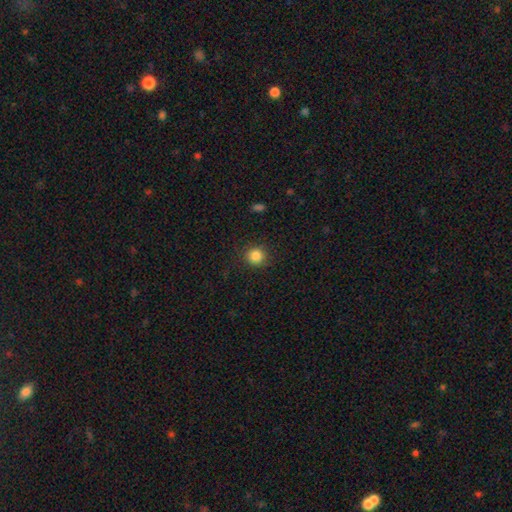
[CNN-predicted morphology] Smooth or featured? smooth (85%)
How rounded? round (93%)
Merging? none (89%)